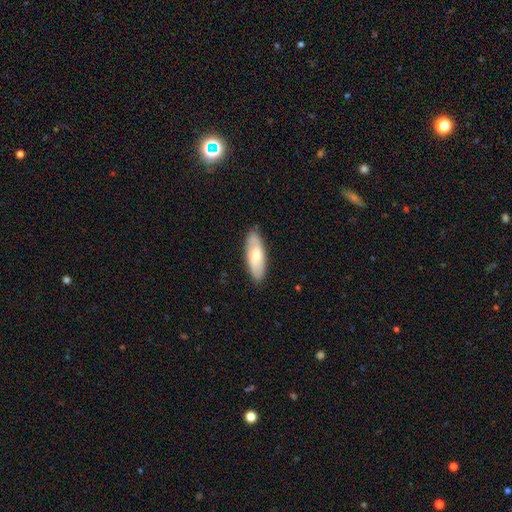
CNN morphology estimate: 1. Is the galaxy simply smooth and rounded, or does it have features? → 64% smooth, 31% featured or disk, 5% star or artifact.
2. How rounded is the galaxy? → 68% in between, 30% cigar-shaped, 2% round.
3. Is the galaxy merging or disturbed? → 87% none, 10% minor disturbance, 2% major disturbance, 1% merger.